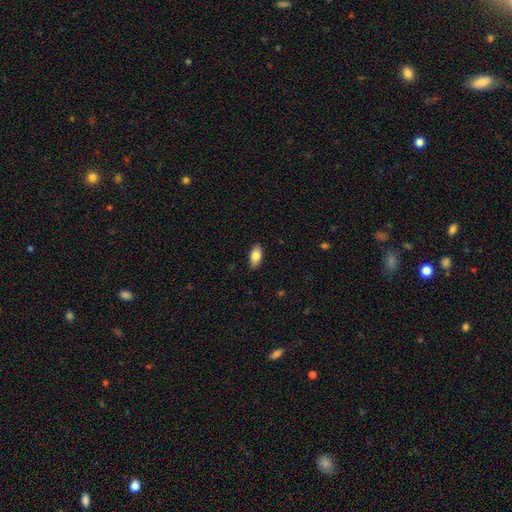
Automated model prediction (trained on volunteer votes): Smooth or featured? Predicted: smooth (p=0.83). How rounded? Predicted: in between (p=0.92). Merging? Predicted: none (p=0.88).